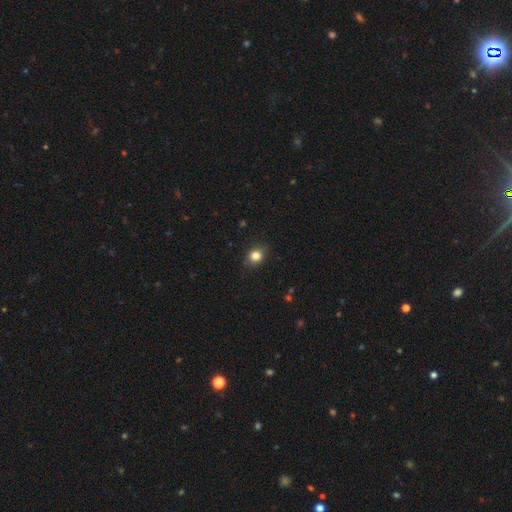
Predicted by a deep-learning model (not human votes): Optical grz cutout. It shows a smooth galaxy with no disk features (83%) that is round (60%). Merging: none (86%).